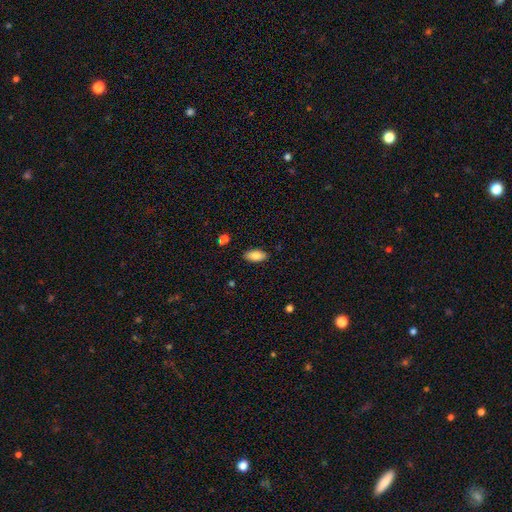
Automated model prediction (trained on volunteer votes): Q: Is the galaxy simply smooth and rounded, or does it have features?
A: smooth — 82%.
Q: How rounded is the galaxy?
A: in between — 91%.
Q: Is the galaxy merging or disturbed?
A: none — 86%.